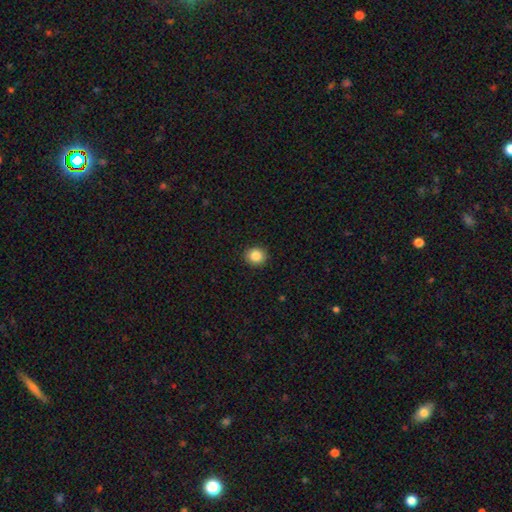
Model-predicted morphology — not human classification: Smooth or featured? smooth (87%)
How rounded? round (84%)
Merging? none (91%)